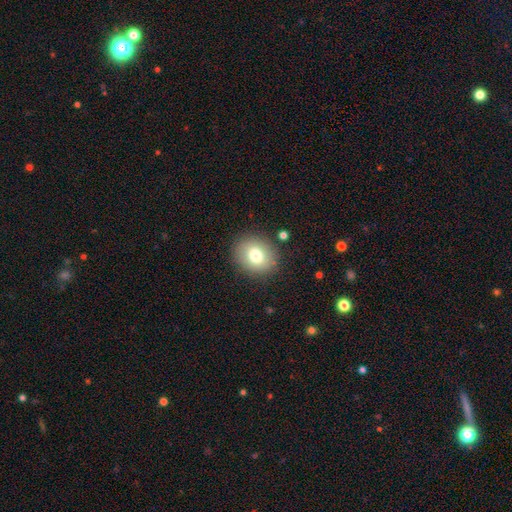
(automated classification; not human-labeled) A smooth galaxy with no disk features (76%) that is round (67%). Merging: none (86%).